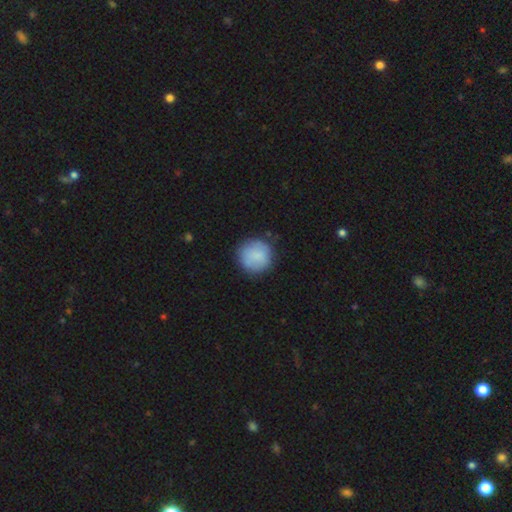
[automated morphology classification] Q: Smooth or featured?
A: smooth (81%); runner-up: featured or disk (12%)
Q: How rounded?
A: round (93%); runner-up: in between (6%)
Q: Merging?
A: none (78%); runner-up: minor disturbance (15%)